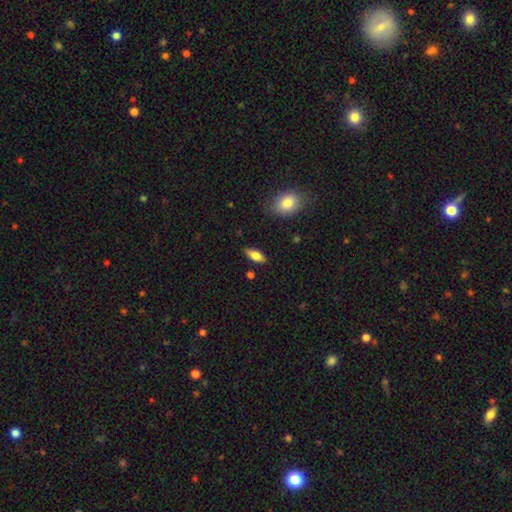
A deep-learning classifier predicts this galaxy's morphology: Smooth or featured? Predicted: smooth (p=0.73). How rounded? Predicted: in between (p=0.80). Merging? Predicted: none (p=0.84).